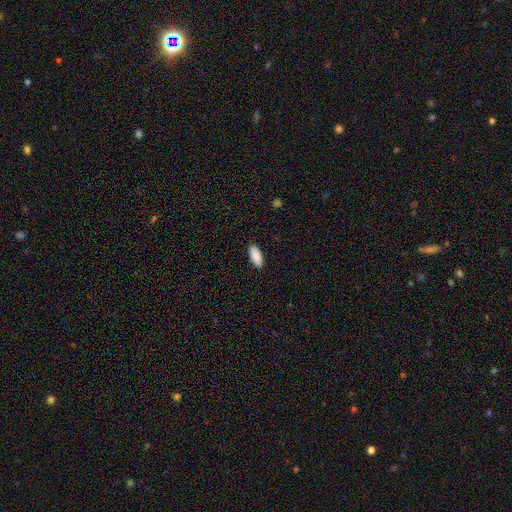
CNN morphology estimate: This is clearly a smooth galaxy (91%). How rounded: clearly in between (84%). Merging: clearly none (90%).